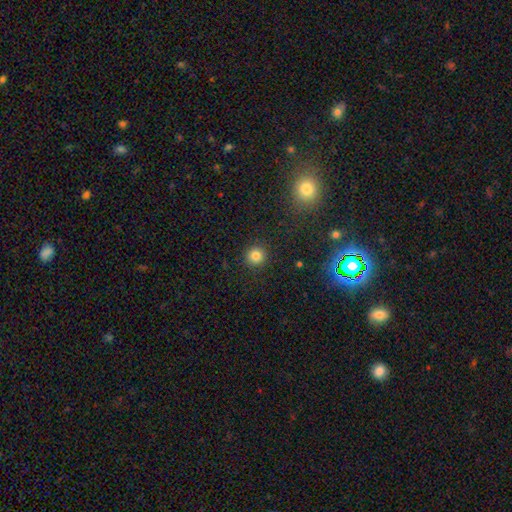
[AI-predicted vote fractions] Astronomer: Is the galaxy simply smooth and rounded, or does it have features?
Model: smooth — 83%.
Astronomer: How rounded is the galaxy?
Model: round — 94%.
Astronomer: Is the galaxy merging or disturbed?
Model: none — 91%.